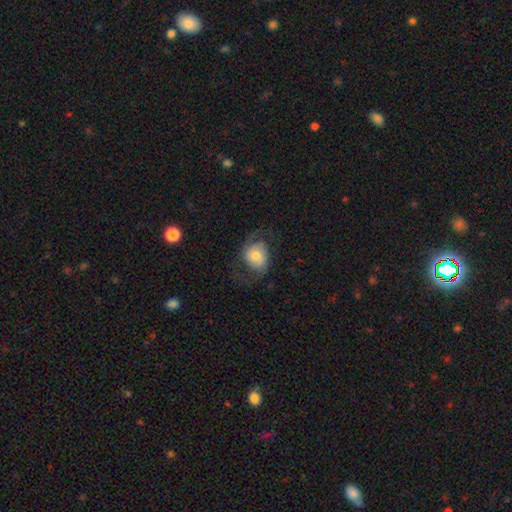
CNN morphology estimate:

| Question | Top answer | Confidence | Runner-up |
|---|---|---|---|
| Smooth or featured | featured or disk | 47% | smooth (45%) |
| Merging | none | 58% | minor disturbance (21%) |